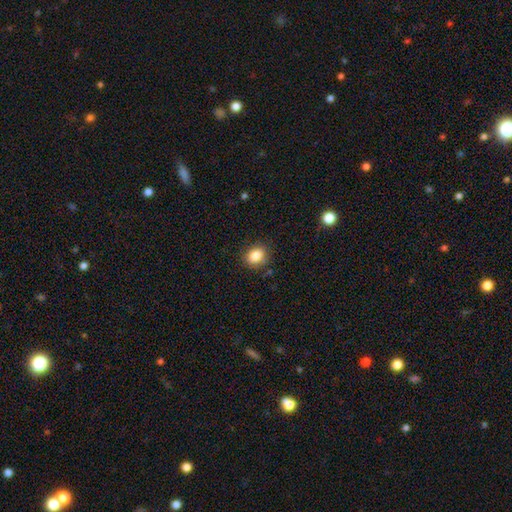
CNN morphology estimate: Q: Smooth or featured?
A: smooth (85%); runner-up: star or artifact (10%)
Q: How rounded?
A: round (60%); runner-up: in between (39%)
Q: Merging?
A: none (85%); runner-up: minor disturbance (10%)